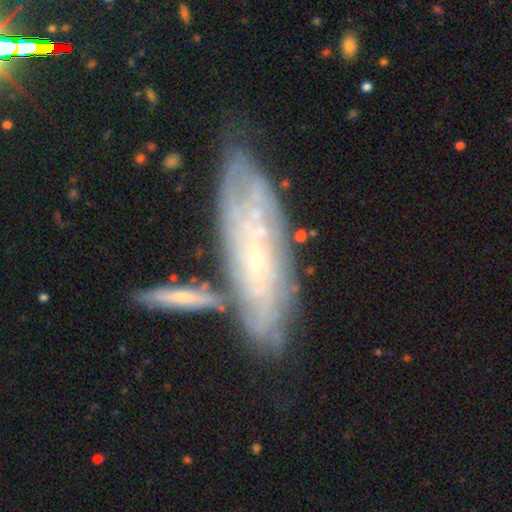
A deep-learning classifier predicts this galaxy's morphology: Overall: featured or disk (76%). Edge-on disk: no (79%). Bar: no (74%). Spiral arms: yes (85%). Spiral arm count: can't tell (67%). Spiral winding: tight (77%). Bulge size: small (84%). Merging: none (62%).